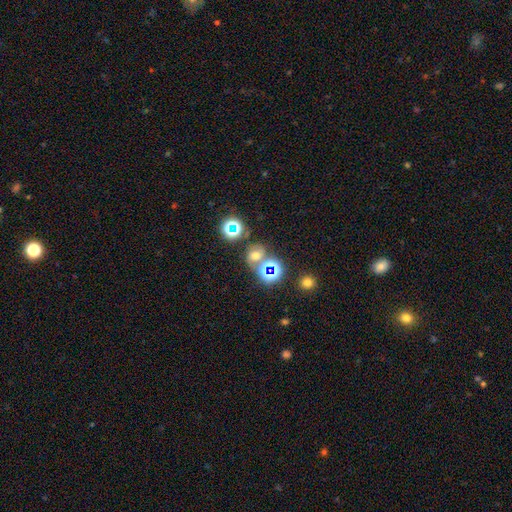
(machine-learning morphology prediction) Smooth or featured? smooth (47%)
Merging? none (54%)